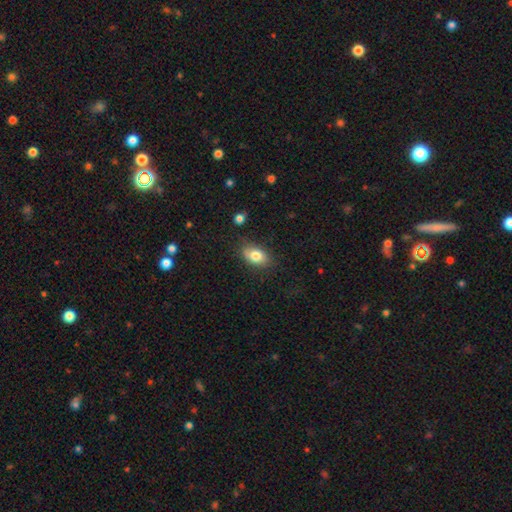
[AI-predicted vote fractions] smooth 81%, featured or disk 11%, star or artifact 8%. Down the decision tree: how rounded — in between (86%); merging — none (77%).